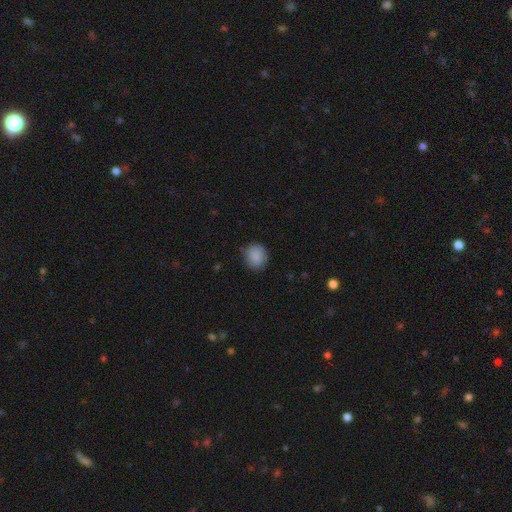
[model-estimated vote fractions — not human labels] Smooth or featured? Predicted: smooth (p=0.88). How rounded? Predicted: round (p=0.71). Merging? Predicted: none (p=0.83).